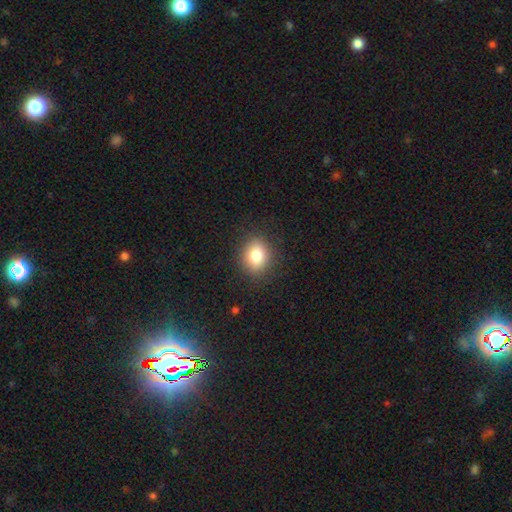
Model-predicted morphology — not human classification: Smooth or featured? Predicted: smooth (p=0.82). How rounded? Predicted: round (p=0.60). Merging? Predicted: none (p=0.88).